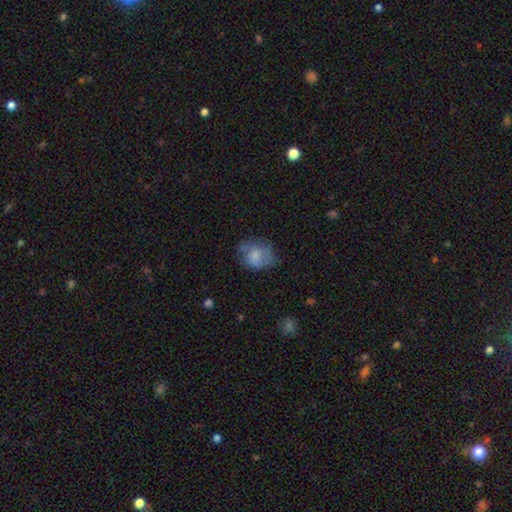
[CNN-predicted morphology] Smooth or featured? Predicted: smooth (p=0.61). How rounded? Predicted: in between (p=0.51). Merging? Predicted: none (p=0.51).